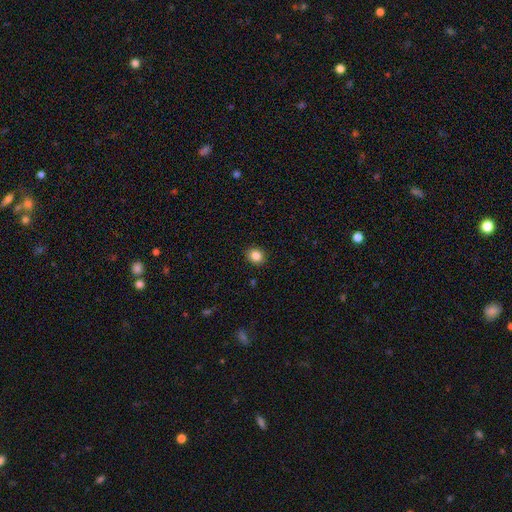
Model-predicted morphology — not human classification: smooth 85%, star or artifact 10%, featured or disk 4%. Down the decision tree: how rounded — round (70%); merging — none (90%).